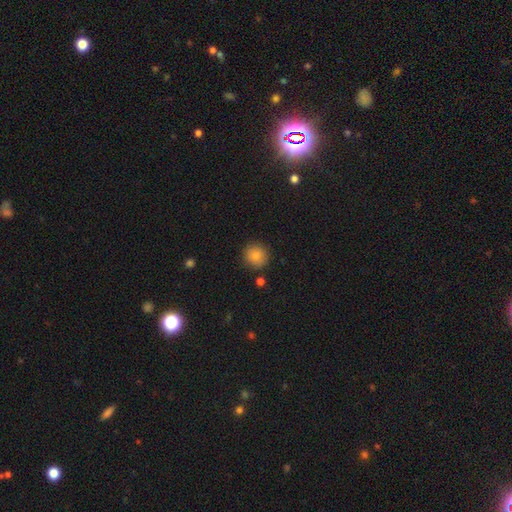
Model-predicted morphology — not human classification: A smooth galaxy with no disk features (82%) that is round (92%).

Vote fractions:
- Smooth or featured? smooth: 82% / star or artifact: 11% / featured or disk: 7%
- How rounded? round: 92% / in between: 7% / cigar-shaped: 1%
- Merging? none: 86% / minor disturbance: 9% / merger: 3% / major disturbance: 2%